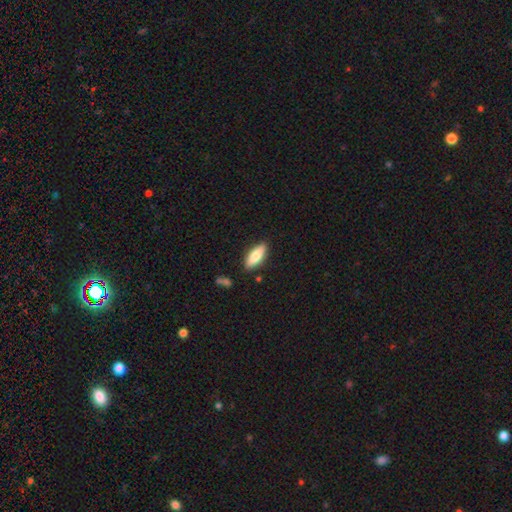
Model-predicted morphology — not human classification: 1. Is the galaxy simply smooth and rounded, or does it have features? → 73% smooth, 21% featured or disk, 6% star or artifact.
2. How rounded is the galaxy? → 63% in between, 35% cigar-shaped, 2% round.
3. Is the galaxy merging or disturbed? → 86% none, 10% minor disturbance, 2% merger, 2% major disturbance.